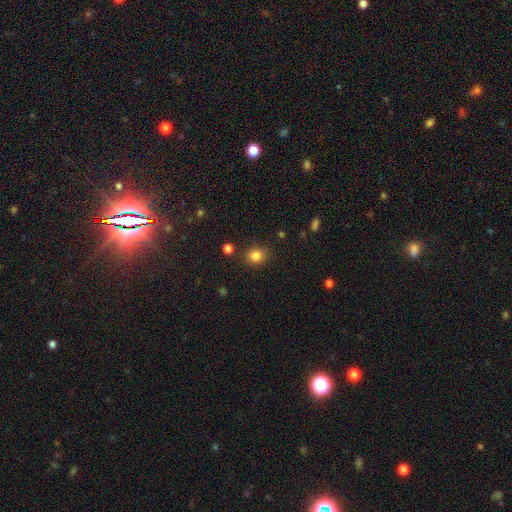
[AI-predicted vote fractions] This is clearly a smooth galaxy (83%). How rounded: likely round (78%). Merging: clearly none (84%).